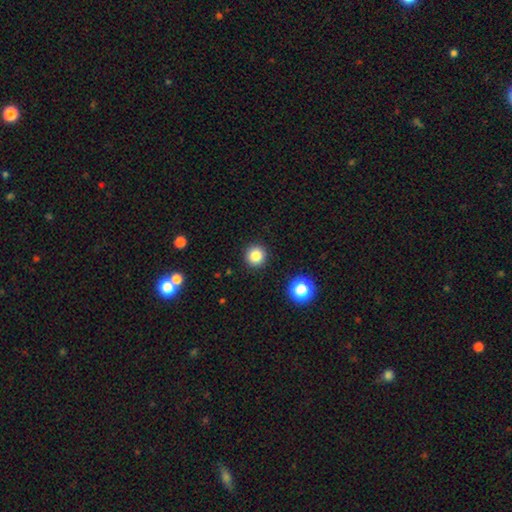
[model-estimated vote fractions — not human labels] smooth-or-featured: smooth: 83% | star or artifact: 12% | featured or disk: 5%
  how-rounded: round: 95% | in between: 4% | cigar-shaped: 1%
  merging: none: 92% | minor disturbance: 5% | major disturbance: 2% | merger: 2%